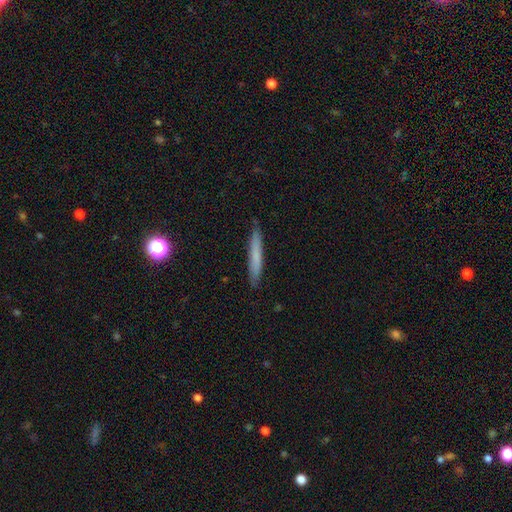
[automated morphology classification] A smooth galaxy with no disk features (67%) that is cigar-shaped (95%).

Vote fractions:
- Smooth or featured? smooth: 67% / featured or disk: 26% / star or artifact: 7%
- How rounded? cigar-shaped: 95% / in between: 4% / round: 1%
- Merging? none: 88% / minor disturbance: 9% / major disturbance: 2% / merger: 1%